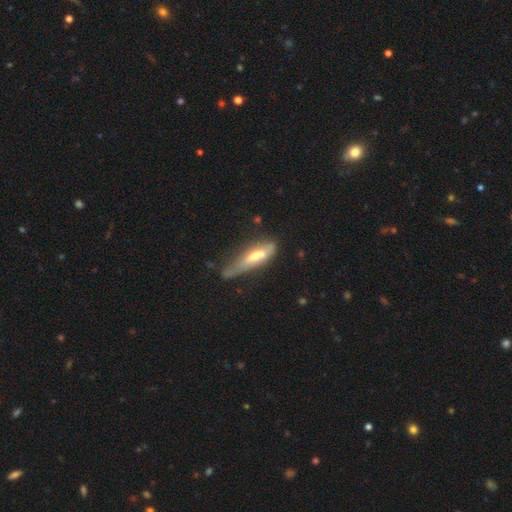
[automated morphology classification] Q: Smooth or featured?
A: featured or disk (47%); runner-up: smooth (46%)
Q: Merging?
A: minor disturbance (36%); runner-up: none (34%)